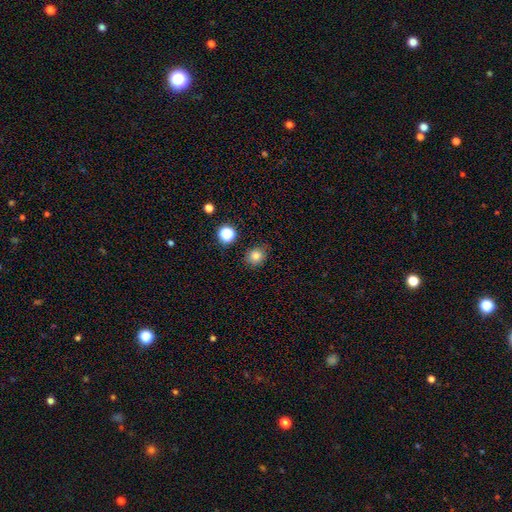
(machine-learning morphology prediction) Q: Smooth or featured?
A: smooth (81%); runner-up: star or artifact (13%)
Q: How rounded?
A: round (76%); runner-up: in between (23%)
Q: Merging?
A: none (83%); runner-up: minor disturbance (12%)